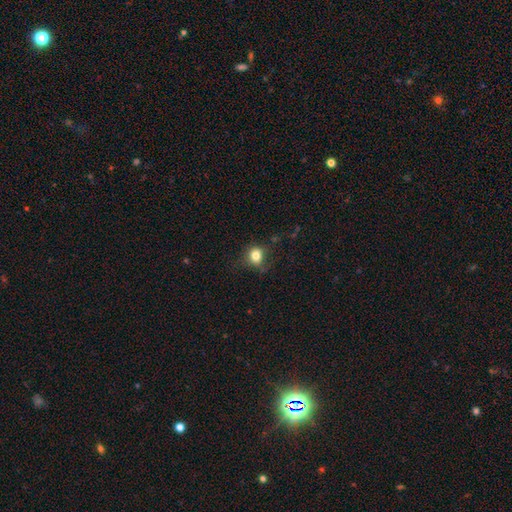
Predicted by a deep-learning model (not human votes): A smooth galaxy with no disk features (81%) that is round (65%).

Vote fractions:
- Smooth or featured? smooth: 81% / star or artifact: 12% / featured or disk: 8%
- How rounded? round: 65% / in between: 34% / cigar-shaped: 1%
- Merging? none: 69% / minor disturbance: 21% / major disturbance: 8% / merger: 2%